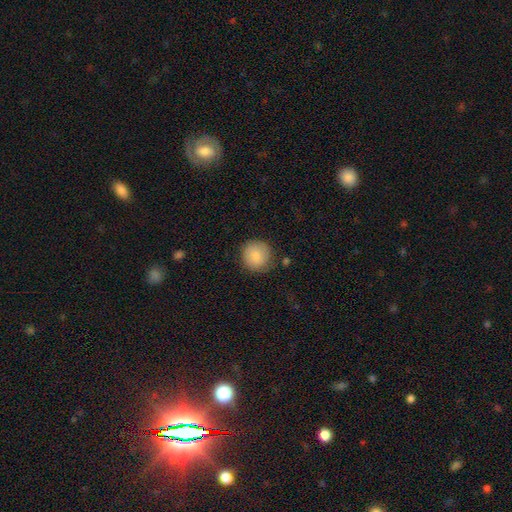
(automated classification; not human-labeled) This is clearly a smooth galaxy (85%). How rounded: clearly round (93%). Merging: clearly none (82%).